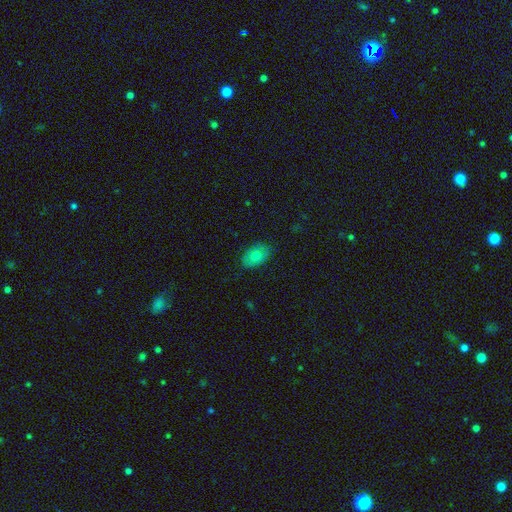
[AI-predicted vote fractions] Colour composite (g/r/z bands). It shows a smooth galaxy with no disk features (77%) that is in between round and cigar-shaped (87%). Merging: none (84%).